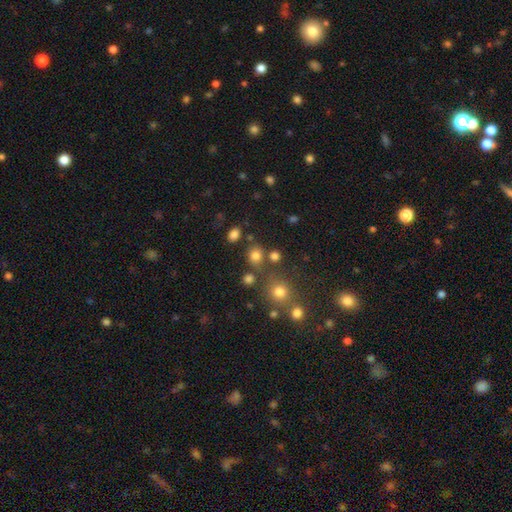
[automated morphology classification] Overall: smooth (77%). How rounded: round (74%). Merging: none (72%).